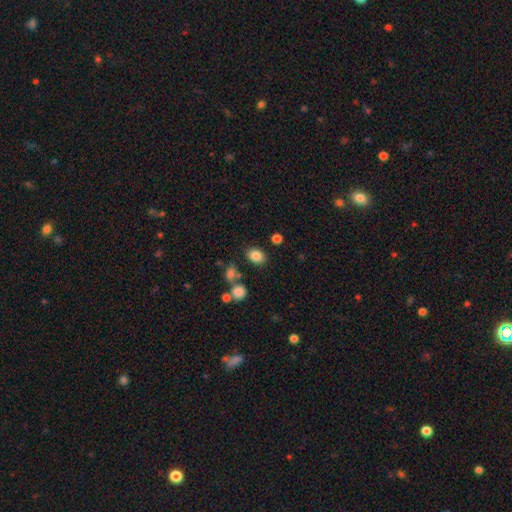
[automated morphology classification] A smooth galaxy with no disk features (83%) that is in between round and cigar-shaped (67%).

Vote fractions:
- Smooth or featured? smooth: 83% / star or artifact: 10% / featured or disk: 6%
- How rounded? in between: 67% / round: 32% / cigar-shaped: 1%
- Merging? none: 79% / minor disturbance: 11% / merger: 6% / major disturbance: 4%